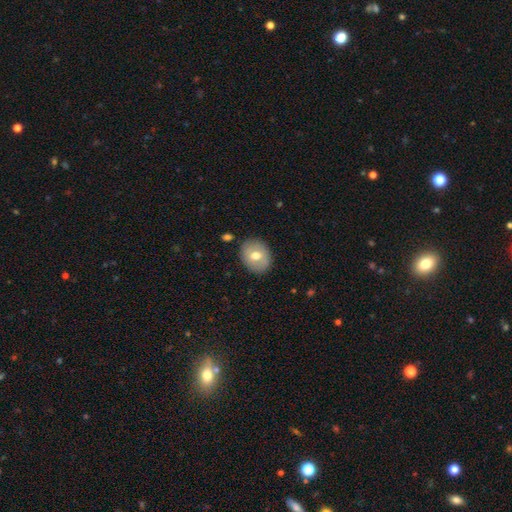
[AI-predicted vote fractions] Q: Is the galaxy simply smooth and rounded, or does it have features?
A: smooth — 65%.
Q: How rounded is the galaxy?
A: round — 56%.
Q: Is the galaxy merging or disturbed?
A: none — 85%.